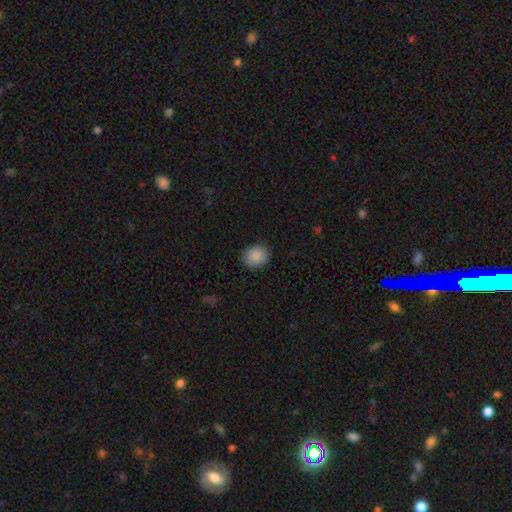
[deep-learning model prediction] The model was most divided on "how rounded": round: 65%, in between: 35%, cigar-shaped: 1%. More confident: smooth or featured — smooth (89%); merging — none (88%).